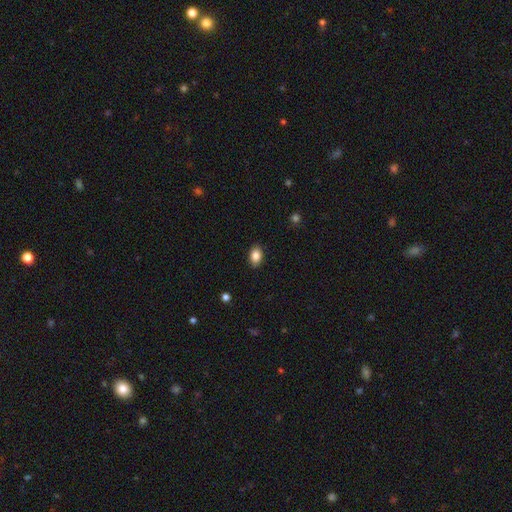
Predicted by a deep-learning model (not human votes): Smooth or featured?
  - smooth: 85% *
  - star or artifact: 8%
  - featured or disk: 6%
How rounded?
  - in between: 84% *
  - round: 14%
  - cigar-shaped: 2%
Merging?
  - none: 87% *
  - minor disturbance: 9%
  - major disturbance: 2%
  - merger: 1%